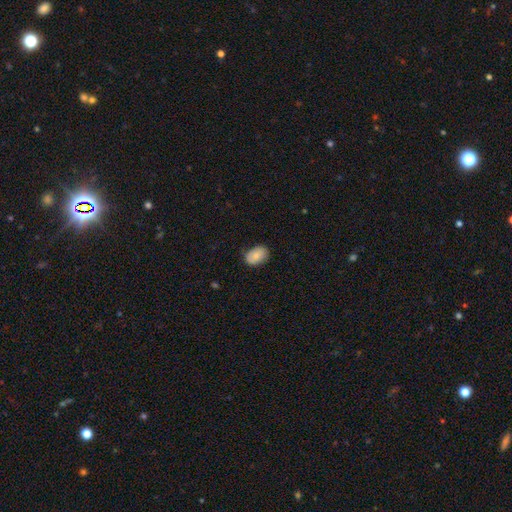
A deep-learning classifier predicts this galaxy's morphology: The model was most divided on "merging": none: 77%, minor disturbance: 19%, major disturbance: 3%, merger: 1%. More confident: how rounded — in between (81%); smooth or featured — smooth (80%).